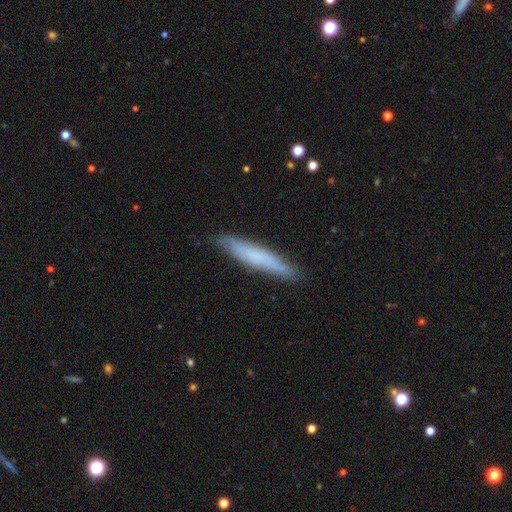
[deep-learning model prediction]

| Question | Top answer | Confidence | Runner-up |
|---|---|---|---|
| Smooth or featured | smooth | 61% | featured or disk (32%) |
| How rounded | cigar-shaped | 92% | in between (7%) |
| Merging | none | 85% | minor disturbance (12%) |